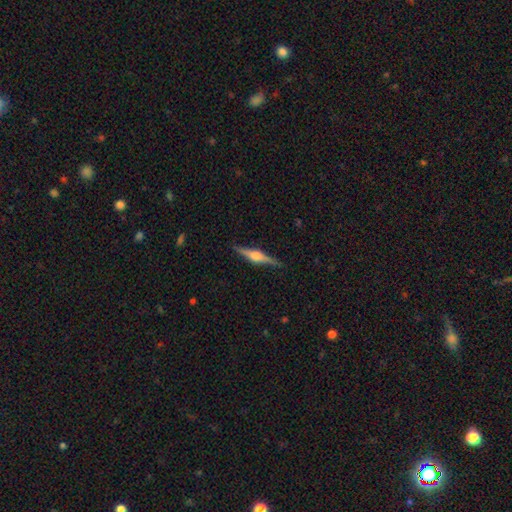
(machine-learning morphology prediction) featured or disk 79%, smooth 15%, star or artifact 6%. Down the decision tree: edge-on disk — yes (98%); edge-on bulge — rounded (89%); merging — none (88%).